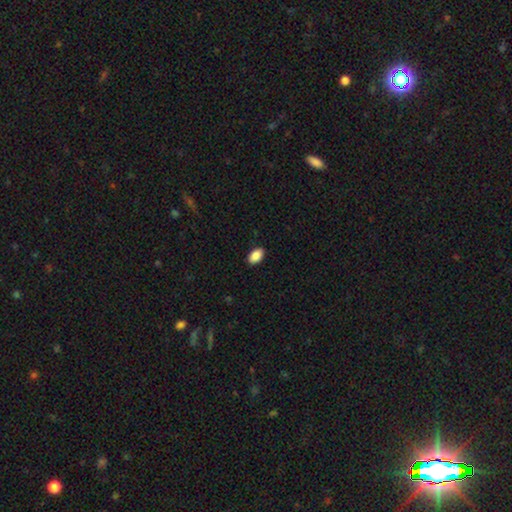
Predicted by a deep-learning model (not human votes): This appears to be a smooth galaxy with no disk features (89%) that is in between round and cigar-shaped (93%). Merging: none (89%).